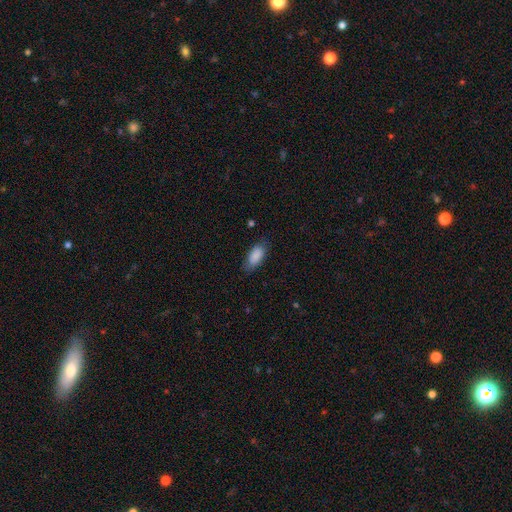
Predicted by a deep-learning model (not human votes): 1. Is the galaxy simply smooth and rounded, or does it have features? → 87% smooth, 7% star or artifact, 6% featured or disk.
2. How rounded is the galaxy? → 89% in between, 8% cigar-shaped, 2% round.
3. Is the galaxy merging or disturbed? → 75% none, 19% minor disturbance, 5% major disturbance, 1% merger.